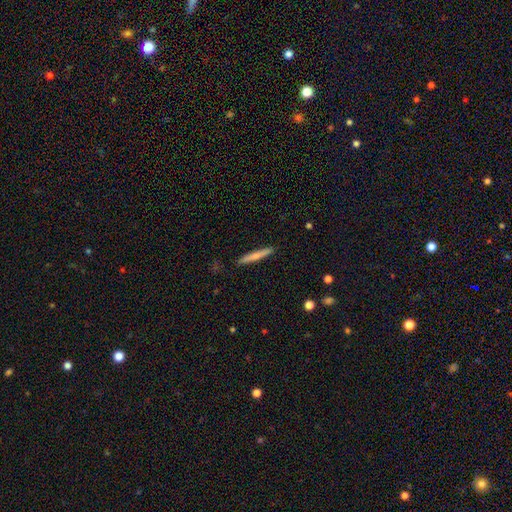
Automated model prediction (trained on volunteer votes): smooth 62%, featured or disk 33%, star or artifact 6%. Down the decision tree: how rounded — cigar-shaped (95%); merging — none (90%).